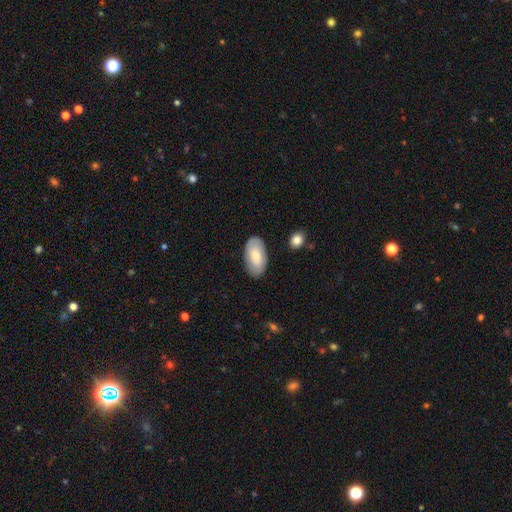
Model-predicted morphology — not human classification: smooth 68%, featured or disk 26%, star or artifact 6%. Down the decision tree: how rounded — in between (95%); merging — none (82%).